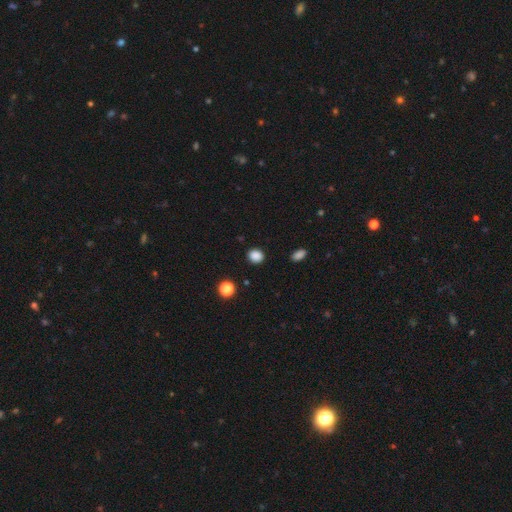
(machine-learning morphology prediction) type=smooth (86%); roundness=round (67%); merging=none (88%).